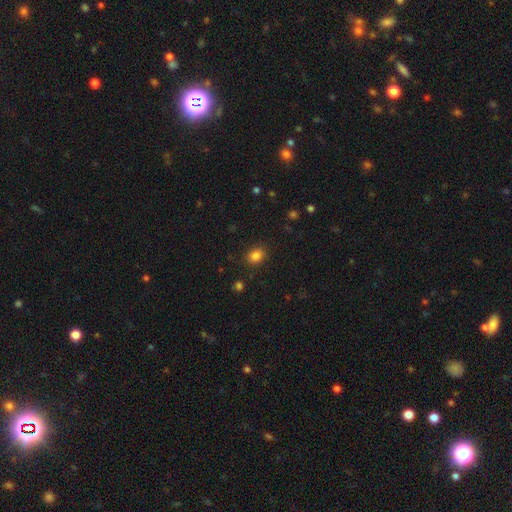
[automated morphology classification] Smooth or featured? Predicted: smooth (p=0.84). How rounded? Predicted: in between (p=0.51). Merging? Predicted: none (p=0.87).